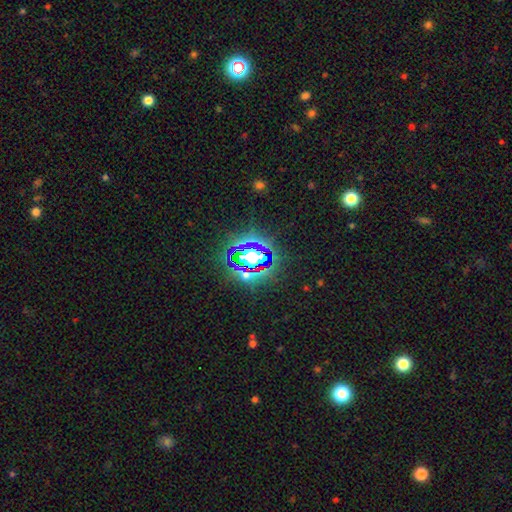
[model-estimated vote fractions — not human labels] This is likely a star or artifact rather than a galaxy (74%).